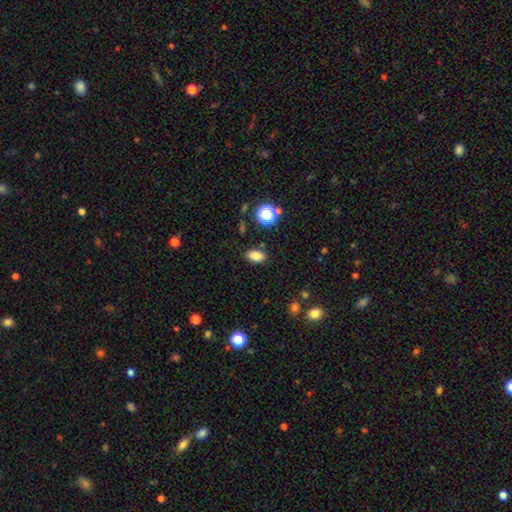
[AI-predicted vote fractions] Q: Smooth or featured?
A: smooth (82%); runner-up: star or artifact (12%)
Q: How rounded?
A: in between (86%); runner-up: round (12%)
Q: Merging?
A: none (86%); runner-up: minor disturbance (10%)